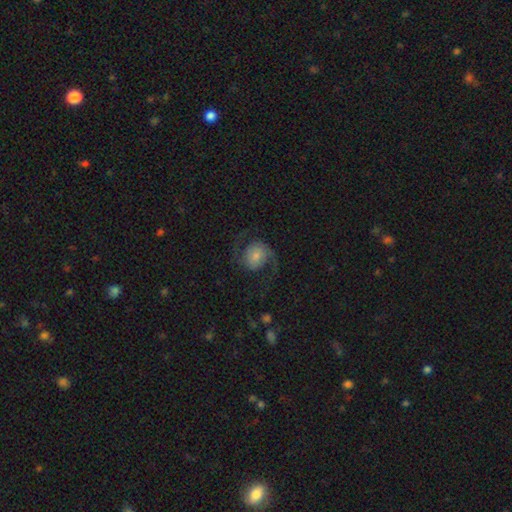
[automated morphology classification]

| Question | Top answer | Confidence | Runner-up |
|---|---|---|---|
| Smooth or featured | featured or disk | 76% | smooth (17%) |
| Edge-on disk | no | 98% | yes (2%) |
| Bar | no | 59% | weak (31%) |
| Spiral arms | yes | 95% | no (5%) |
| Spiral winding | loose | 53% | medium (39%) |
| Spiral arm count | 2 | 93% | 1 (2%) |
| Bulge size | small | 49% | moderate (26%) |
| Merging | none | 70% | major disturbance (15%) |